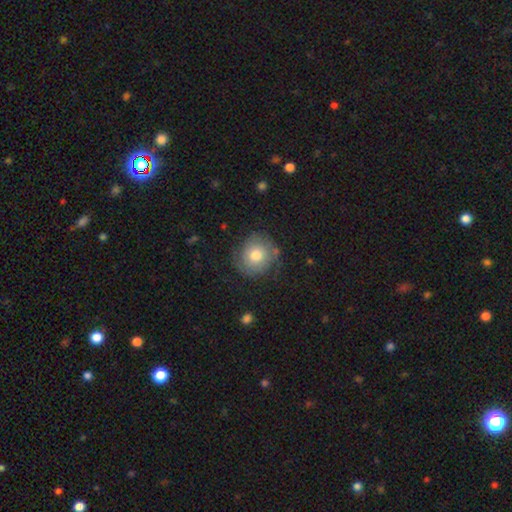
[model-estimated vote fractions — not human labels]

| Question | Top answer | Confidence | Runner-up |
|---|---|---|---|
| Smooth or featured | smooth | 66% | featured or disk (26%) |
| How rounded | round | 88% | in between (11%) |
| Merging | none | 75% | minor disturbance (17%) |